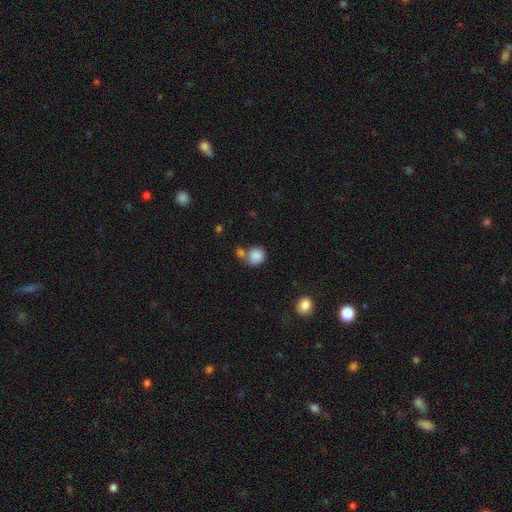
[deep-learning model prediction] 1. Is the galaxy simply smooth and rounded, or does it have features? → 86% smooth, 8% star or artifact, 5% featured or disk.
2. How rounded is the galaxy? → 84% round, 15% in between, 1% cigar-shaped.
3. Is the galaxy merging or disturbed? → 49% none, 34% merger, 12% minor disturbance, 5% major disturbance.